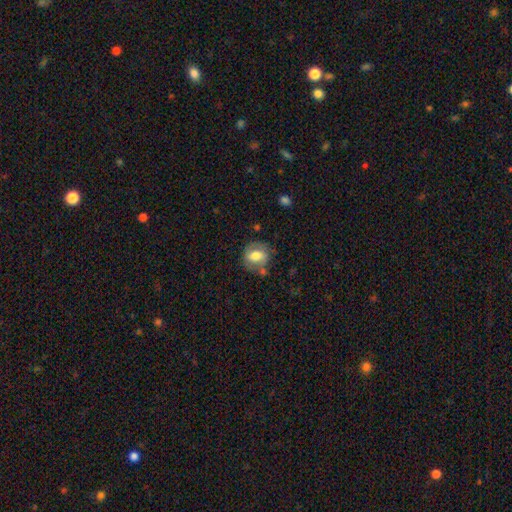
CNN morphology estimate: This is likely a smooth galaxy (65%). How rounded: likely round (62%). Merging: likely none (62%).